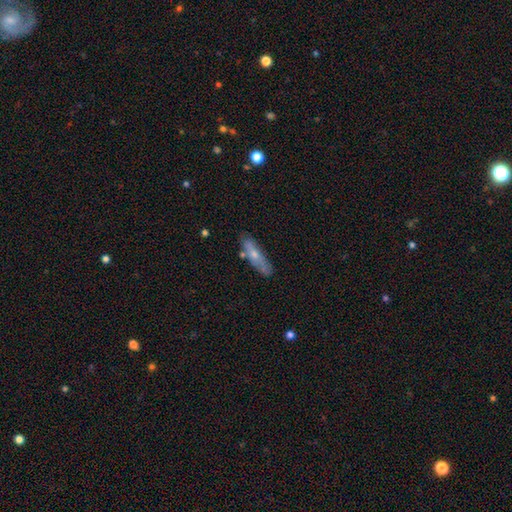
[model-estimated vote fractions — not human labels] A featured or disk galaxy (48%).

Vote fractions:
- Smooth or featured? featured or disk: 48% / smooth: 39% / star or artifact: 13%
- Merging? none: 81% / minor disturbance: 13% / major disturbance: 3% / merger: 3%